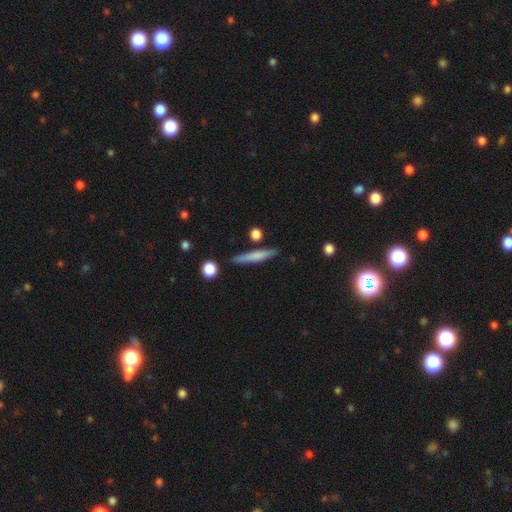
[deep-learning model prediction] Q: Smooth or featured?
A: smooth (67%); runner-up: featured or disk (27%)
Q: How rounded?
A: cigar-shaped (91%); runner-up: in between (7%)
Q: Merging?
A: none (83%); runner-up: minor disturbance (10%)